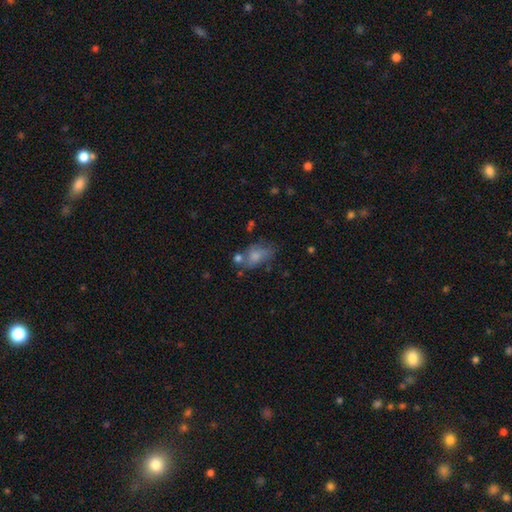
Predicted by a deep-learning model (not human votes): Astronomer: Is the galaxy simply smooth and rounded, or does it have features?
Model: smooth — 70%.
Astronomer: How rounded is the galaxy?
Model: in between — 86%.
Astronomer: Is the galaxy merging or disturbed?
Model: none — 43% (runner-up: minor disturbance, 25%).